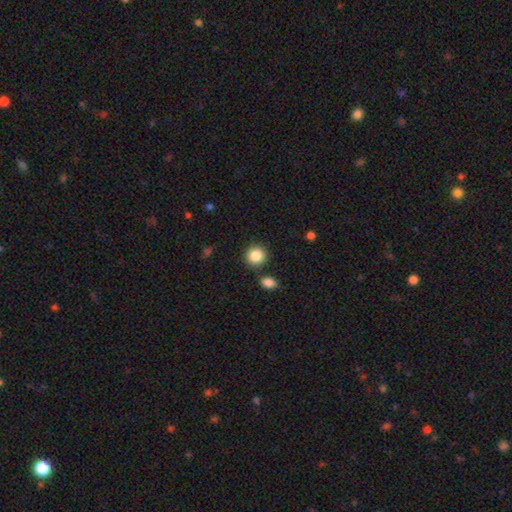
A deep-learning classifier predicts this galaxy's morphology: Smooth or featured? Predicted: smooth (p=0.87). How rounded? Predicted: round (p=0.91). Merging? Predicted: none (p=0.83).